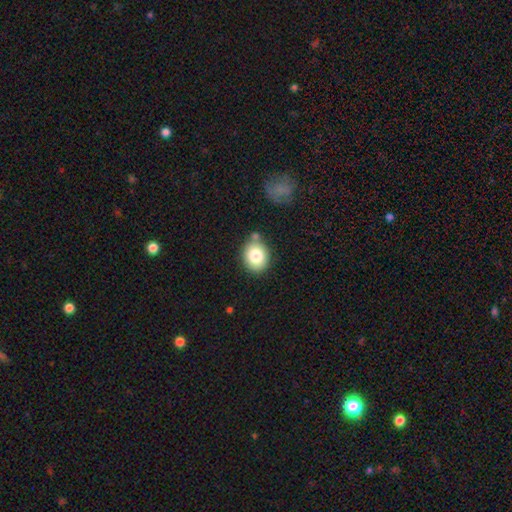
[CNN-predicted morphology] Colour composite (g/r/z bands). It shows a smooth galaxy with no disk features (82%) that is in between round and cigar-shaped (51%). Merging: none (72%).